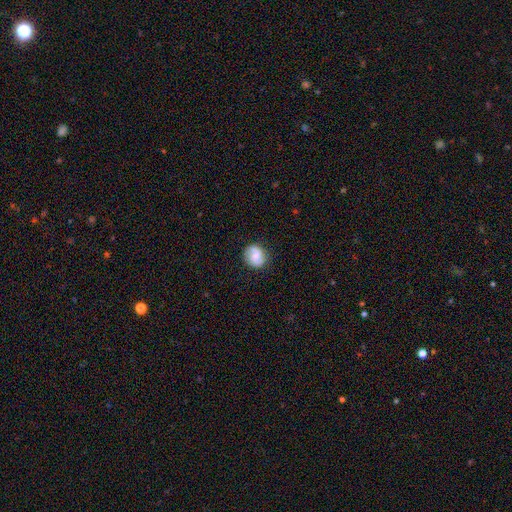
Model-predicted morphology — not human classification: Smooth or featured? featured or disk (57%)
Edge-on disk? no (98%)
Bar? no (50%)
Spiral arms? yes (92%)
Spiral winding? medium (45%)
Spiral arm count? 2 (86%)
Bulge size? small (40%)
Merging? none (81%)